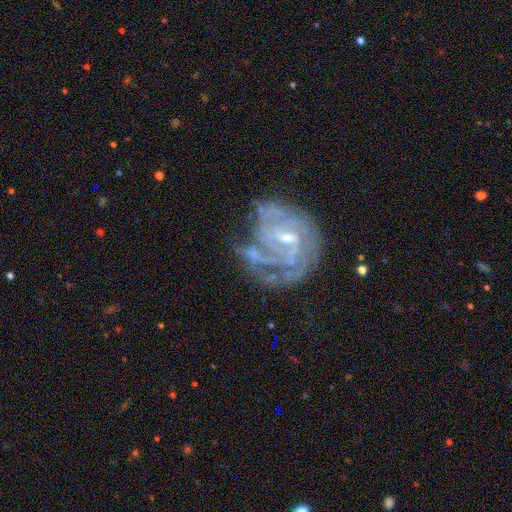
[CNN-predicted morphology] smooth_or_featured: featured or disk (p=0.85) [alt: smooth p=0.08]
disk_edge_on: no (p=0.97) [alt: yes p=0.03]
bar: weak (p=0.50) [alt: no p=0.33]
has_spiral_arms: yes (p=0.92) [alt: no p=0.08]
spiral_winding: tight (p=0.60) [alt: medium p=0.31]
spiral_arm_count: can't tell (p=0.33) [alt: 3 p=0.22]
bulge_size: small (p=0.66) [alt: moderate p=0.29]
merging: none (p=0.46) [alt: major disturbance p=0.24]